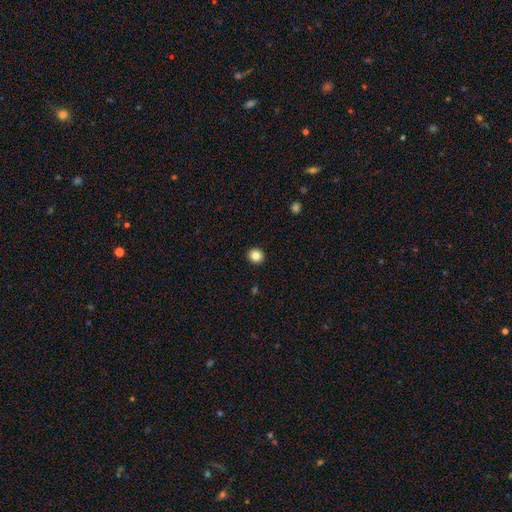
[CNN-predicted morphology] Smooth or featured? smooth (84%)
How rounded? round (87%)
Merging? none (93%)